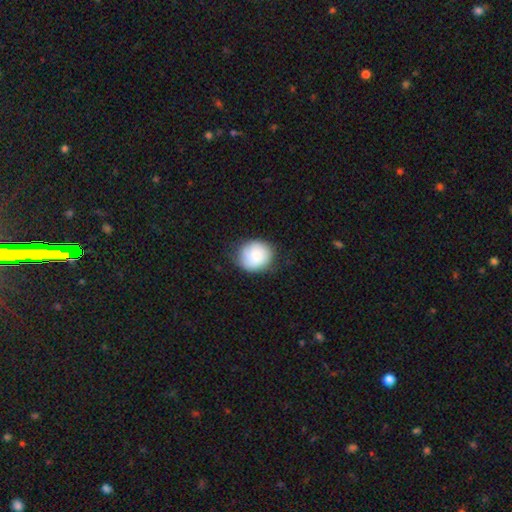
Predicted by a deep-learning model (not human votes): This is likely a smooth galaxy (78%). How rounded: clearly round (81%). Merging: likely none (79%).